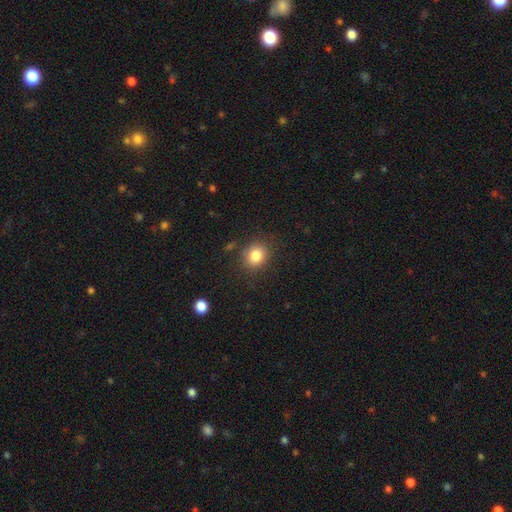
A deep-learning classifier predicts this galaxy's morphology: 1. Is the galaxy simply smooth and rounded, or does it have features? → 83% smooth, 11% star or artifact, 7% featured or disk.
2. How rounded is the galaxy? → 67% round, 32% in between, 1% cigar-shaped.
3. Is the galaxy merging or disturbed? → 83% none, 11% minor disturbance, 3% major disturbance, 2% merger.